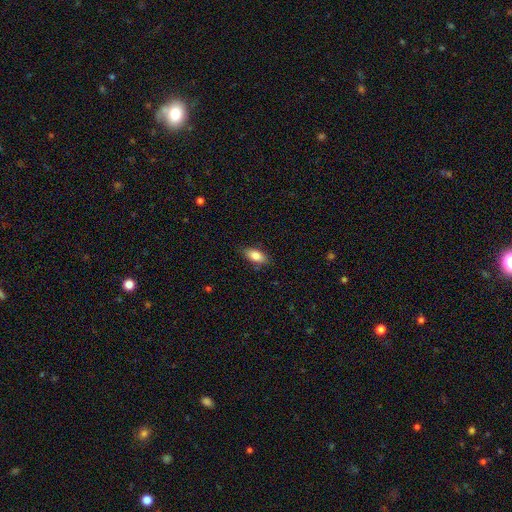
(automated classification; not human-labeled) Smooth or featured? smooth (83%)
How rounded? in between (87%)
Merging? none (84%)